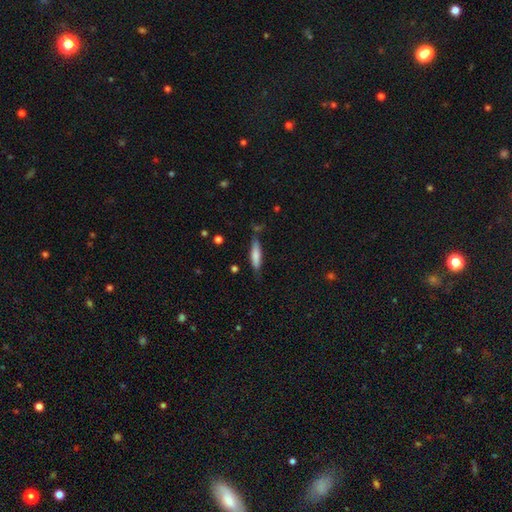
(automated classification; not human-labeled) Smooth or featured: smooth — 74% (featured or disk — 20%)
How rounded: cigar-shaped — 79% (in between — 19%)
Merging: none — 72% (minor disturbance — 20%)